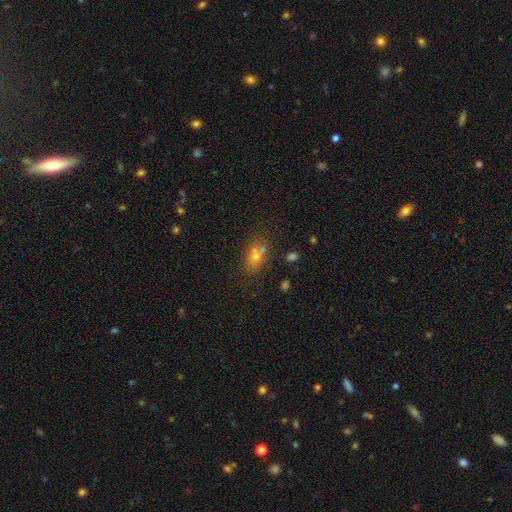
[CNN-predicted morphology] This is possibly a smooth galaxy (59%). How rounded: possibly in between (58%). Merging: possibly none (53%).